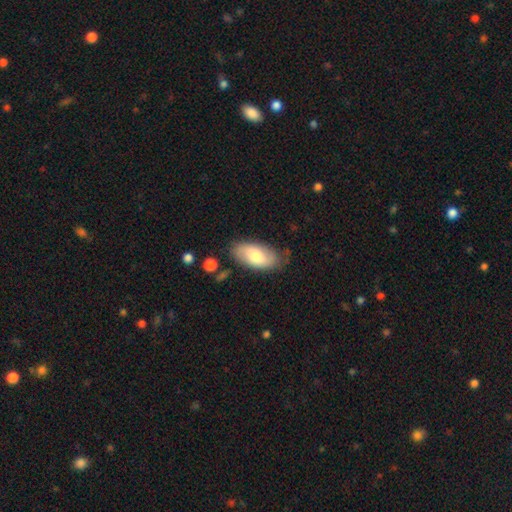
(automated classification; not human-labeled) A smooth galaxy with no disk features (70%) that is in between round and cigar-shaped (93%).

Vote fractions:
- Smooth or featured? smooth: 70% / featured or disk: 24% / star or artifact: 6%
- How rounded? in between: 93% / cigar-shaped: 4% / round: 3%
- Merging? none: 76% / minor disturbance: 17% / major disturbance: 4% / merger: 2%